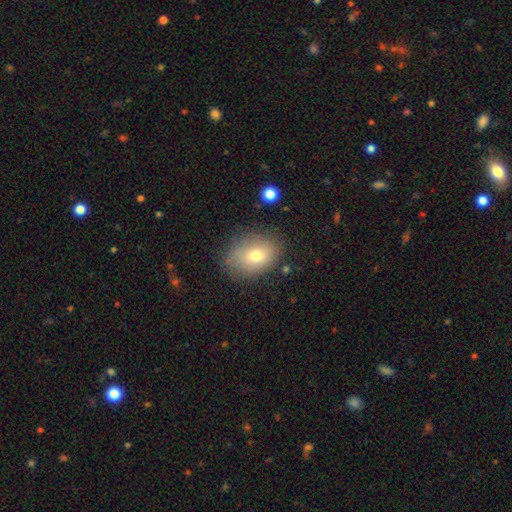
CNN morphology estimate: Smooth or featured?
  - smooth: 75% *
  - featured or disk: 15%
  - star or artifact: 10%
How rounded?
  - in between: 72% *
  - round: 27%
  - cigar-shaped: 1%
Merging?
  - none: 76% *
  - minor disturbance: 17%
  - major disturbance: 5%
  - merger: 2%